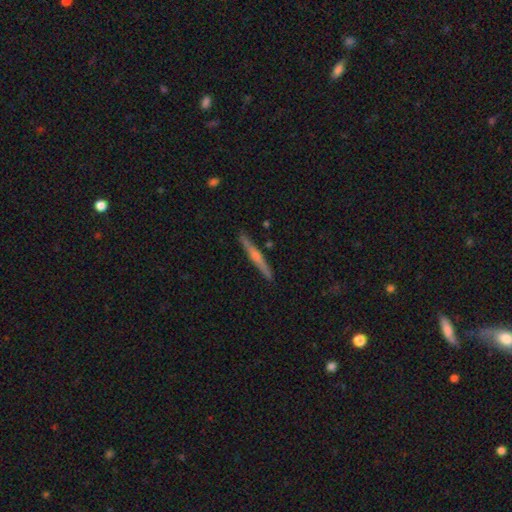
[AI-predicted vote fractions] Smooth or featured?
  - featured or disk: 59% *
  - smooth: 36%
  - star or artifact: 6%
Edge-on disk?
  - yes: 97% *
  - no: 3%
Edge-on bulge?
  - rounded: 60% *
  - none: 31%
  - boxy: 9%
Merging?
  - none: 90% *
  - minor disturbance: 7%
  - merger: 1%
  - major disturbance: 1%